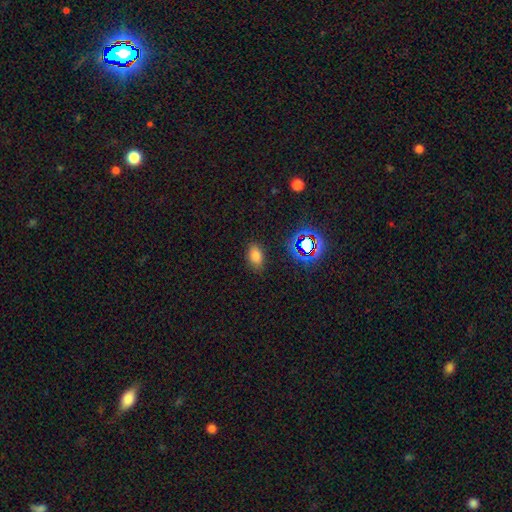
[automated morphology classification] Smooth or featured?
  - smooth: 75% *
  - star or artifact: 18%
  - featured or disk: 7%
How rounded?
  - in between: 88% *
  - round: 10%
  - cigar-shaped: 2%
Merging?
  - none: 83% *
  - minor disturbance: 12%
  - major disturbance: 3%
  - merger: 2%